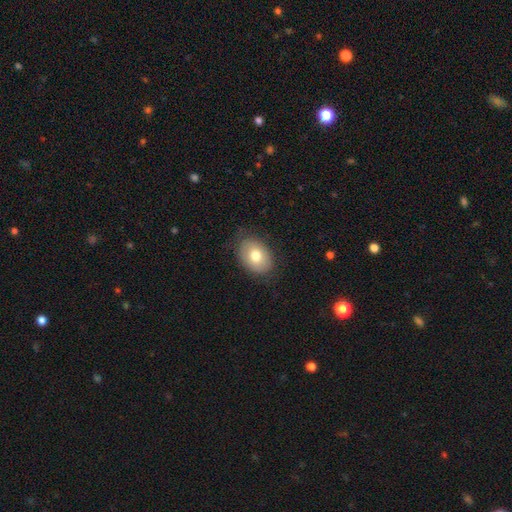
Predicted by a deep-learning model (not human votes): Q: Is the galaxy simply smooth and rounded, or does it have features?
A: smooth — 74%.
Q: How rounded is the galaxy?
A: in between — 73%.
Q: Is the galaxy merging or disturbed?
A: none — 81%.